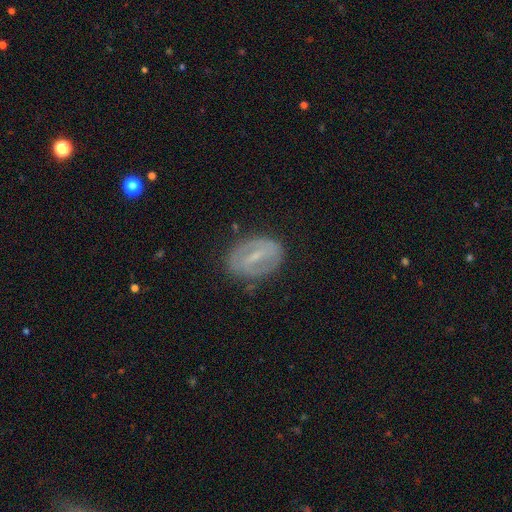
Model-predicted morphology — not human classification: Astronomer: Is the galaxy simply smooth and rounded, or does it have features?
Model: featured or disk — 66%.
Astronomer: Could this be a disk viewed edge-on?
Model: no — 92%.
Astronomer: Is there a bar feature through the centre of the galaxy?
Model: strong — 51% (runner-up: weak, 36%).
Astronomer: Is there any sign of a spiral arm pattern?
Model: no — 51% (runner-up: yes, 49%).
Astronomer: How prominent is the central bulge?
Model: small — 65%.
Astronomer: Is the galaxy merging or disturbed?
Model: none — 79%.